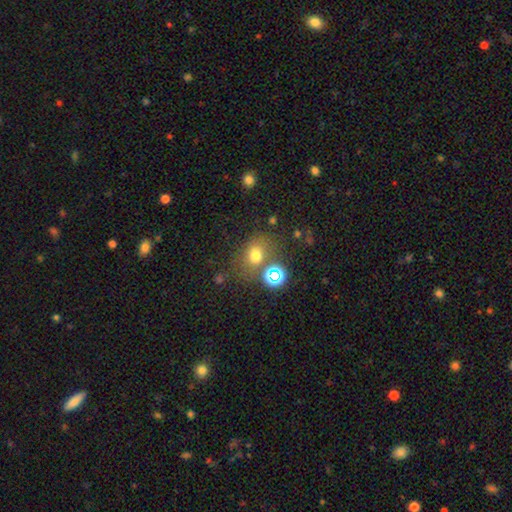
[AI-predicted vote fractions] smooth 68%, star or artifact 22%, featured or disk 10%. Down the decision tree: how rounded — round (52%); merging — none (63%).